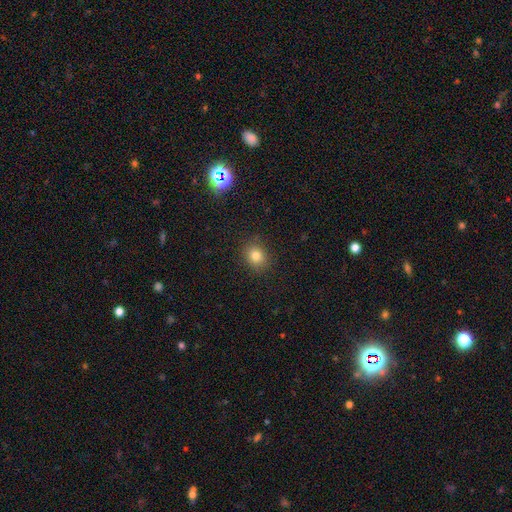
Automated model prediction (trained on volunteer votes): Q: Smooth or featured?
A: smooth (79%); runner-up: star or artifact (13%)
Q: How rounded?
A: round (67%); runner-up: in between (32%)
Q: Merging?
A: none (88%); runner-up: minor disturbance (8%)